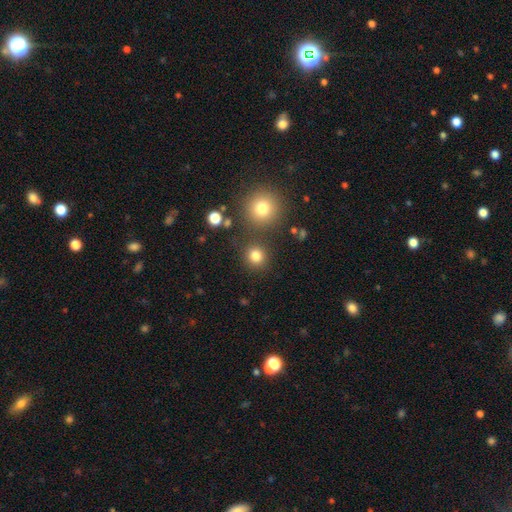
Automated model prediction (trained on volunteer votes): smooth-or-featured: smooth: 80% | star or artifact: 14% | featured or disk: 6%
  how-rounded: round: 90% | in between: 9% | cigar-shaped: 1%
  merging: none: 82% | merger: 7% | minor disturbance: 7% | major disturbance: 3%